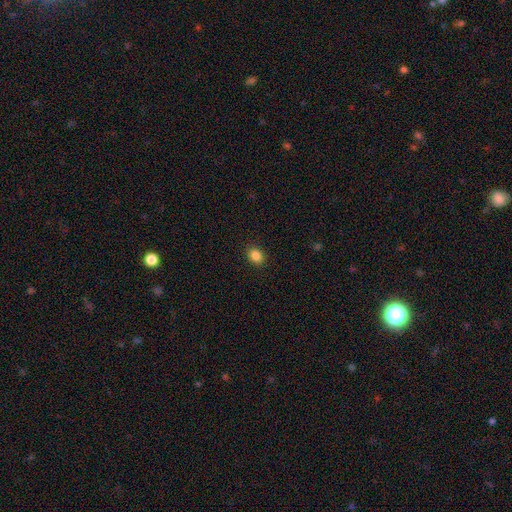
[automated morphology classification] Smooth or featured: smooth — 86% (star or artifact — 10%)
How rounded: in between — 54% (round — 45%)
Merging: none — 90% (minor disturbance — 7%)